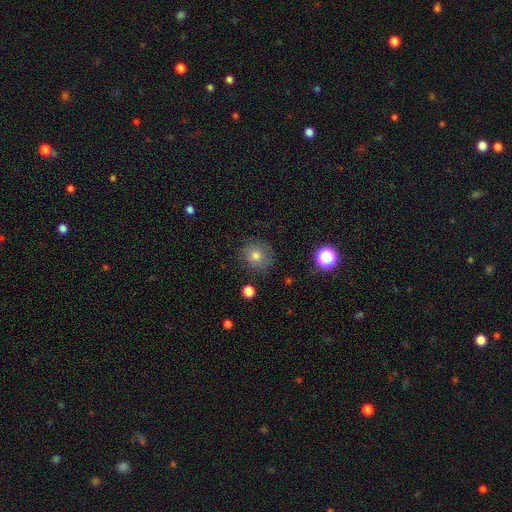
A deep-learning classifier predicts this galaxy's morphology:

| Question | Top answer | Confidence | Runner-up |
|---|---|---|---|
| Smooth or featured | smooth | 72% | star or artifact (15%) |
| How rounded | round | 89% | in between (10%) |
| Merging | none | 83% | minor disturbance (12%) |